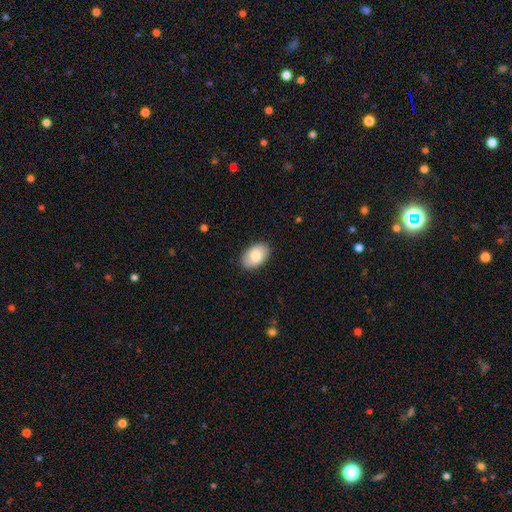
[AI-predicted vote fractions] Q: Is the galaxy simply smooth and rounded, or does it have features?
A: smooth — 81%.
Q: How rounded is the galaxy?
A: in between — 90%.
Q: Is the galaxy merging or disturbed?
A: none — 88%.